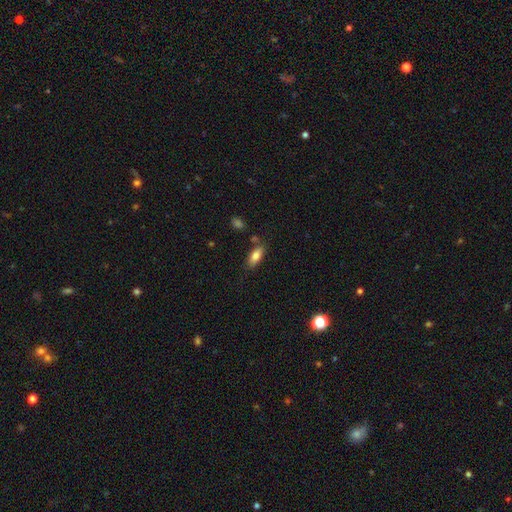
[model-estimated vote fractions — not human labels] Morphology: type=smooth (80%); roundness=in between (82%); merging=none (75%).